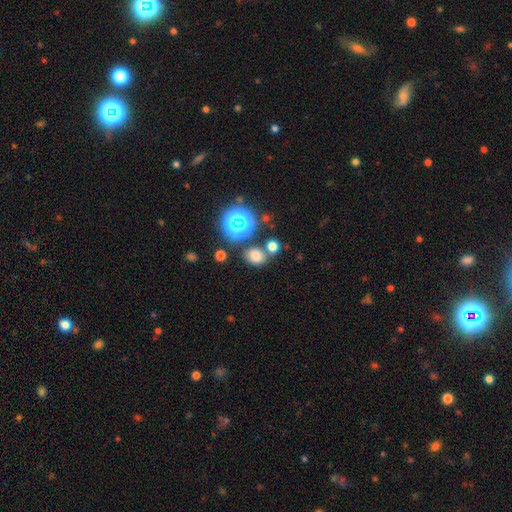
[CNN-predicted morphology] A smooth galaxy with no disk features (70%) that is in between round and cigar-shaped (50%).

Vote fractions:
- Smooth or featured? smooth: 70% / star or artifact: 23% / featured or disk: 7%
- How rounded? in between: 50% / round: 49% / cigar-shaped: 1%
- Merging? none: 70% / merger: 14% / minor disturbance: 12% / major disturbance: 4%